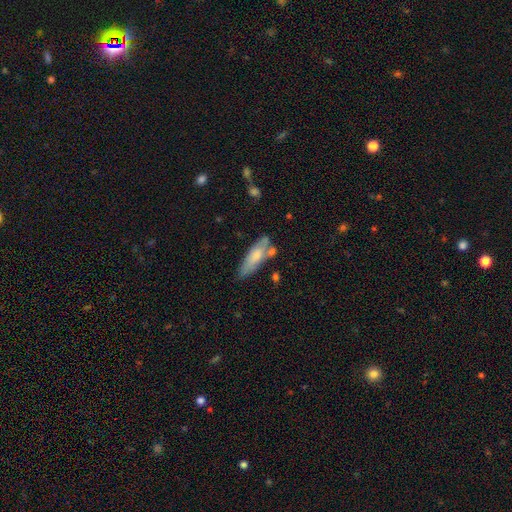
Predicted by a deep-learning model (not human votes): Smooth or featured?
  - smooth: 70% *
  - featured or disk: 24%
  - star or artifact: 6%
How rounded?
  - in between: 50% *
  - cigar-shaped: 48%
  - round: 2%
Merging?
  - none: 54% *
  - minor disturbance: 25%
  - merger: 14%
  - major disturbance: 7%